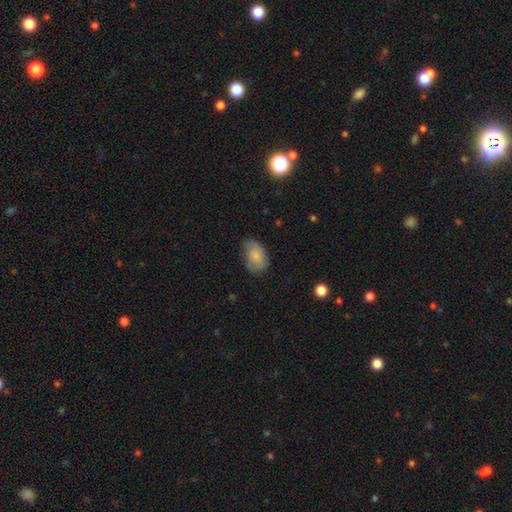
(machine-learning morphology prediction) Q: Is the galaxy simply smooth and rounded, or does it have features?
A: smooth — 76%.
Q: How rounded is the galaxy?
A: in between — 88%.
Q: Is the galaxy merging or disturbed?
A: none — 60%.